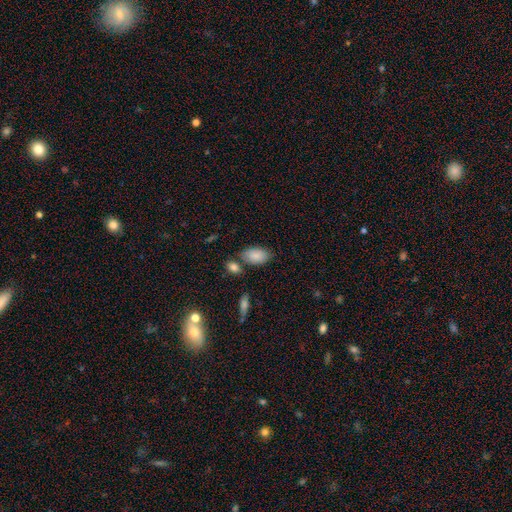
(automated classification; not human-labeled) The model was most divided on "merging": none: 70%, minor disturbance: 15%, merger: 11%, major disturbance: 4%. More confident: how rounded — in between (93%); smooth or featured — smooth (87%).